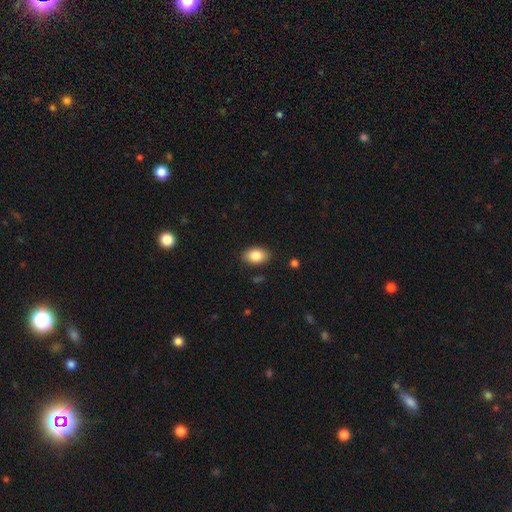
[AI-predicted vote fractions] smooth_or_featured: smooth (p=0.85) [alt: star or artifact p=0.08]
how_rounded: in between (p=0.86) [alt: round p=0.13]
merging: none (p=0.86) [alt: minor disturbance p=0.10]